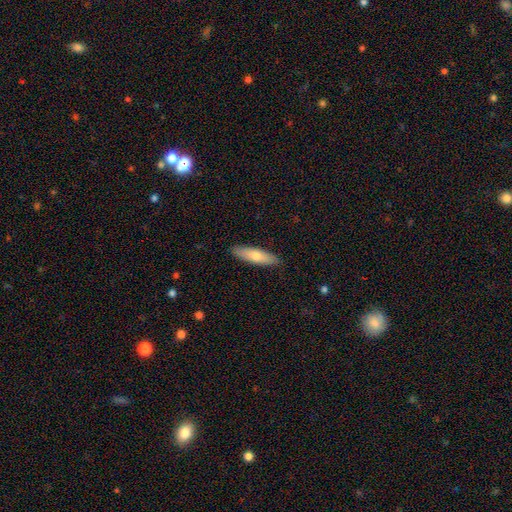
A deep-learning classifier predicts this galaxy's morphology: smooth 63%, featured or disk 30%, star or artifact 6%. Down the decision tree: how rounded — cigar-shaped (74%); merging — none (90%).